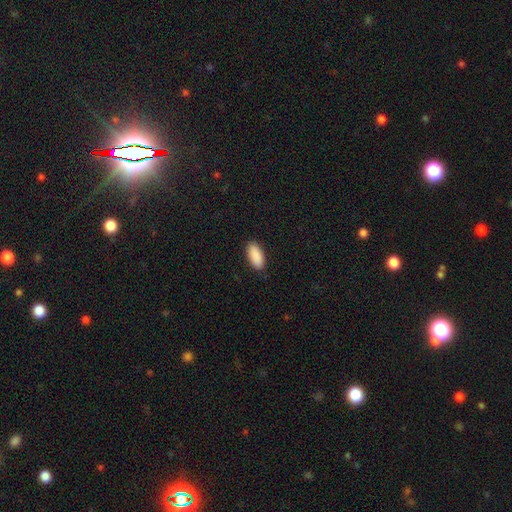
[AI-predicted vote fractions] smooth 91%, star or artifact 6%, featured or disk 3%. Down the decision tree: how rounded — in between (89%); merging — none (89%).